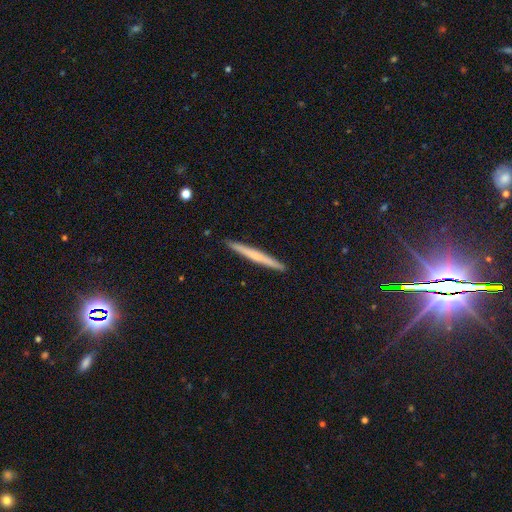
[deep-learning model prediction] A smooth galaxy with no disk features (50%) that is cigar-shaped (97%). Merging: none (93%).